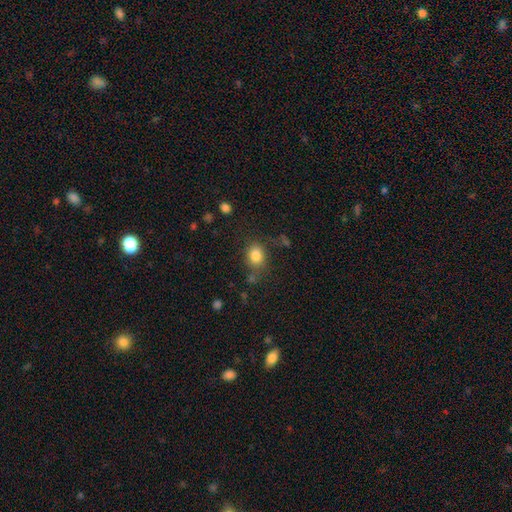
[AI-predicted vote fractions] Q: Smooth or featured?
A: smooth (83%); runner-up: star or artifact (10%)
Q: How rounded?
A: in between (51%); runner-up: round (48%)
Q: Merging?
A: none (72%); runner-up: minor disturbance (17%)